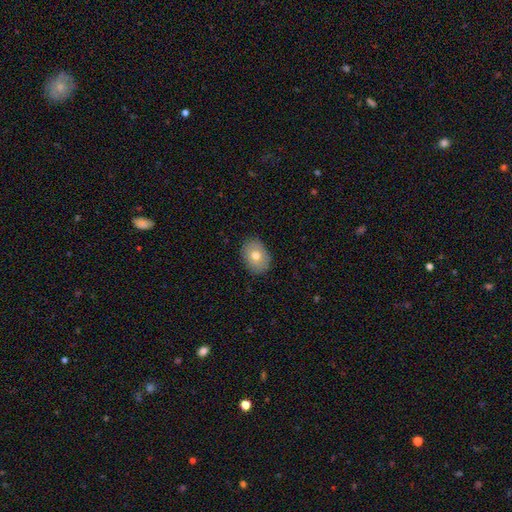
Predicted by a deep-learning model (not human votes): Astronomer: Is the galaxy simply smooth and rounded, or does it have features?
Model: smooth — 73%.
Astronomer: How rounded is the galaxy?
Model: in between — 69%.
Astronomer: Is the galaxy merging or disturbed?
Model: none — 87%.